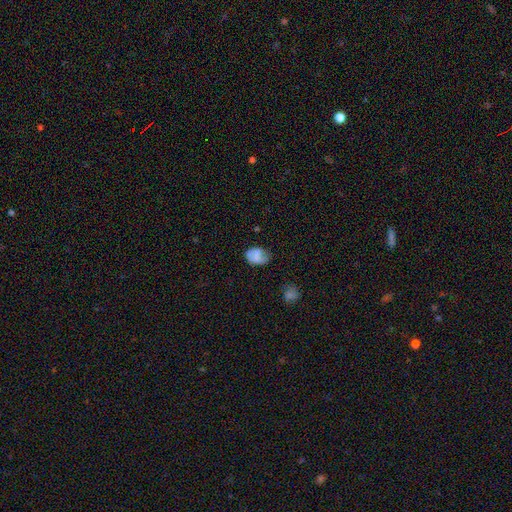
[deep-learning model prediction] The model was most divided on "merging": none: 58%, minor disturbance: 30%, major disturbance: 10%, merger: 2%. More confident: how rounded — in between (73%); smooth or featured — smooth (69%).